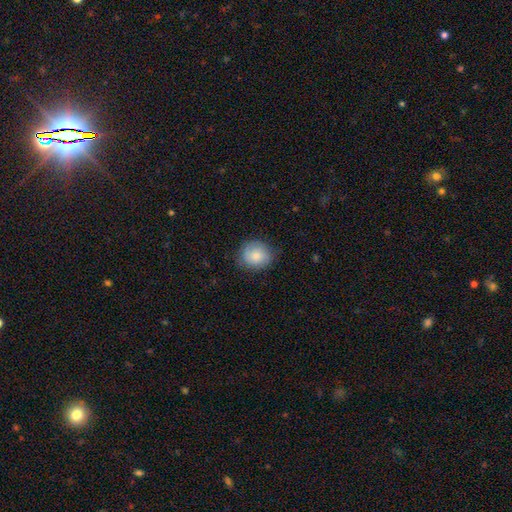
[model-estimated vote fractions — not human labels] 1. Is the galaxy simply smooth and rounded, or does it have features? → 75% smooth, 18% featured or disk, 7% star or artifact.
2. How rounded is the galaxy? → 76% round, 23% in between, 1% cigar-shaped.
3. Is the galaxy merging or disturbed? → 77% none, 18% minor disturbance, 4% major disturbance, 1% merger.